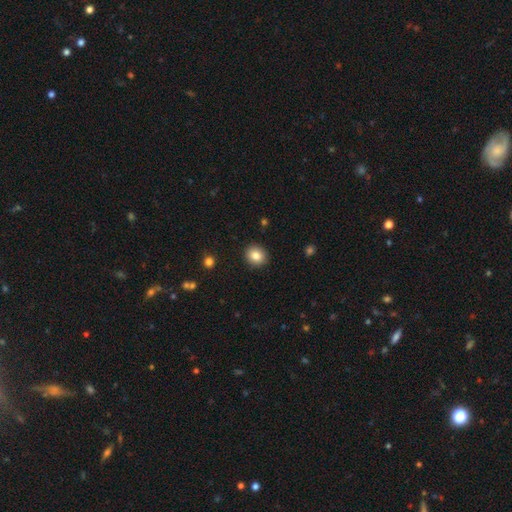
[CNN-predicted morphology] Smooth or featured: smooth — 84% (star or artifact — 9%)
How rounded: round — 75% (in between — 24%)
Merging: none — 91% (minor disturbance — 6%)